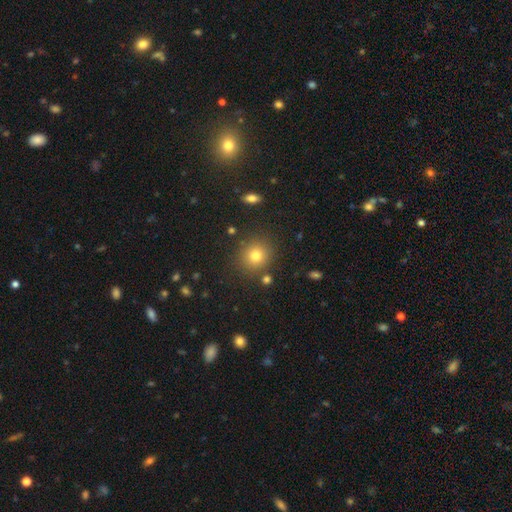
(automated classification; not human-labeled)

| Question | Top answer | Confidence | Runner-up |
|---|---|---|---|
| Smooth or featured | smooth | 77% | star or artifact (15%) |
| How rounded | round | 88% | in between (11%) |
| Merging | none | 86% | minor disturbance (8%) |